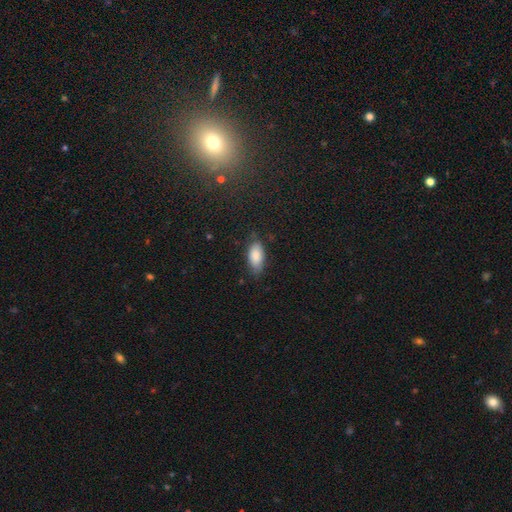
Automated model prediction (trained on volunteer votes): A smooth galaxy with no disk features (84%) that is in between round and cigar-shaped (90%).

Vote fractions:
- Smooth or featured? smooth: 84% / featured or disk: 9% / star or artifact: 7%
- How rounded? in between: 90% / cigar-shaped: 7% / round: 3%
- Merging? none: 71% / minor disturbance: 23% / major disturbance: 5% / merger: 1%